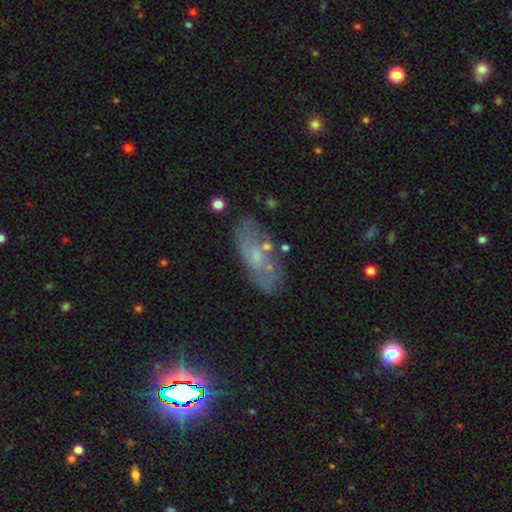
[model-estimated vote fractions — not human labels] Q: Smooth or featured?
A: featured or disk (51%); runner-up: smooth (39%)
Q: Edge-on disk?
A: no (86%); runner-up: yes (14%)
Q: Merging?
A: none (66%); runner-up: minor disturbance (20%)